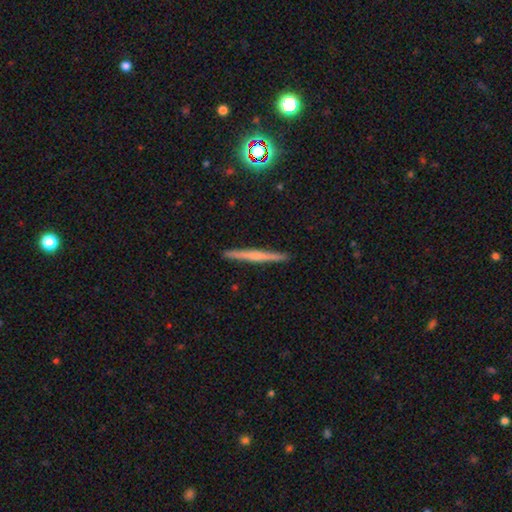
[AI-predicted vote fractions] This appears to be a featured or disk galaxy (57%) viewed edge-on (98%) with no central bulge (46%). Merging: none (92%).